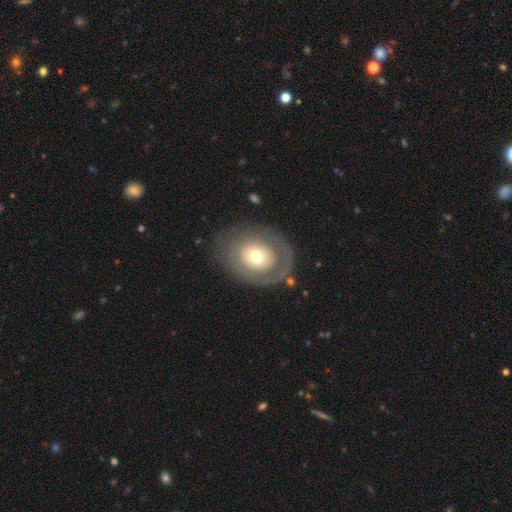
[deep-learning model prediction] Morphology: type=smooth (48%); merging=none (74%).